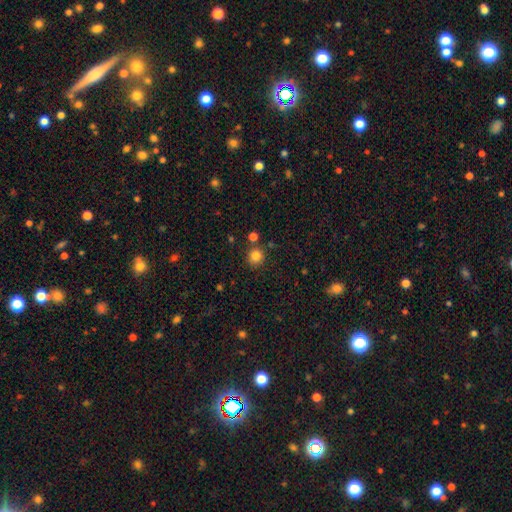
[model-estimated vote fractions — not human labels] Smooth or featured?
  - smooth: 83% *
  - star or artifact: 13%
  - featured or disk: 5%
How rounded?
  - round: 88% *
  - in between: 11%
  - cigar-shaped: 1%
Merging?
  - none: 82% *
  - minor disturbance: 8%
  - merger: 7%
  - major disturbance: 3%